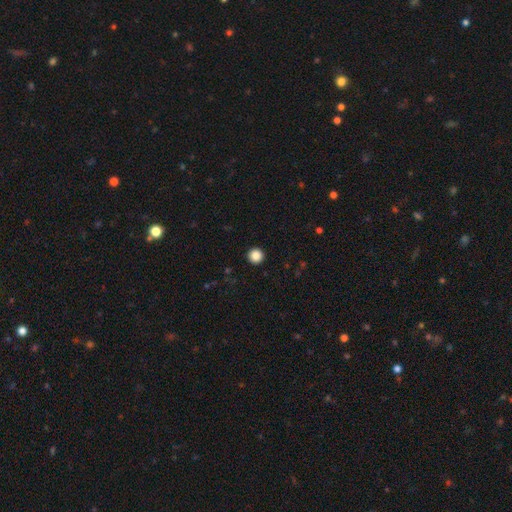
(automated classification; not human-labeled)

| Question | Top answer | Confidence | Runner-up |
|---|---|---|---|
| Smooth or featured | smooth | 87% | star or artifact (10%) |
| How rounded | round | 96% | in between (3%) |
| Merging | none | 94% | minor disturbance (4%) |